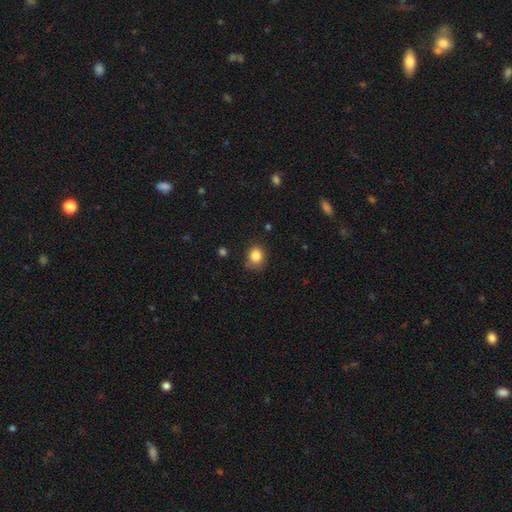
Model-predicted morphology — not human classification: Smooth or featured? Predicted: smooth (p=0.84). How rounded? Predicted: round (p=0.69). Merging? Predicted: none (p=0.72).